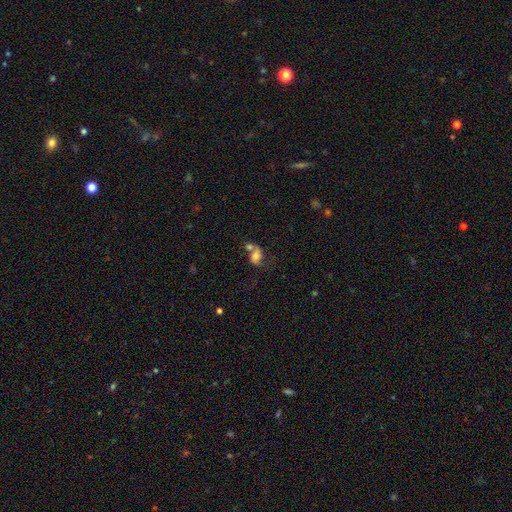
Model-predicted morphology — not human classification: This appears to be a smooth galaxy with no disk features (55%) that is in between round and cigar-shaped (66%). Merging: merger (49%).